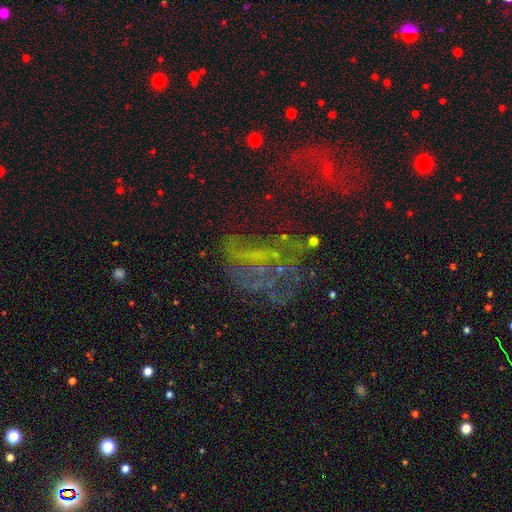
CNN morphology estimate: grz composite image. It shows a featured or disk galaxy (47%). Merging: major disturbance (46%).